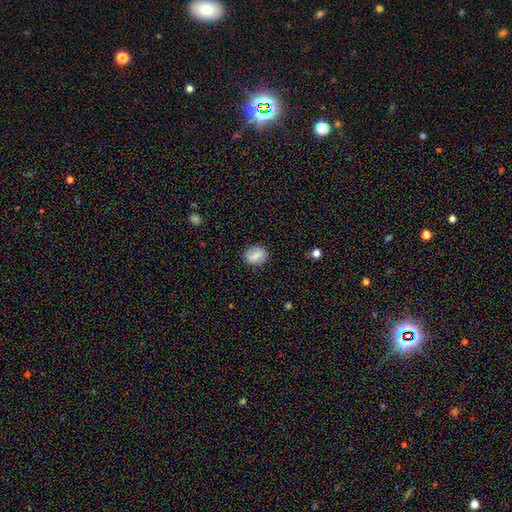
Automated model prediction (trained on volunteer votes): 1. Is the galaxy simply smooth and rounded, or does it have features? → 76% smooth, 16% featured or disk, 8% star or artifact.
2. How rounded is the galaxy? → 59% in between, 39% round, 2% cigar-shaped.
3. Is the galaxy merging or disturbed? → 85% none, 11% minor disturbance, 3% major disturbance, 1% merger.